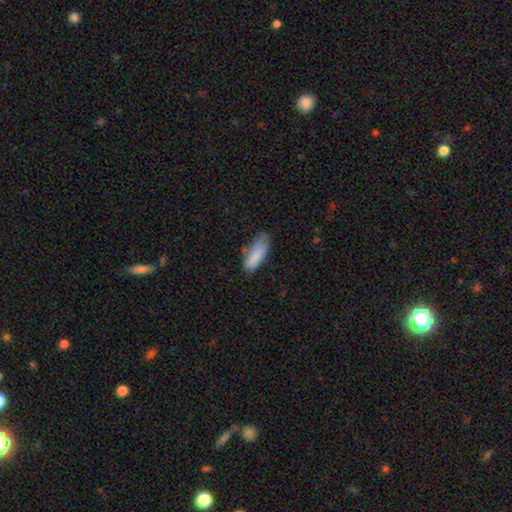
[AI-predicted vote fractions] A smooth galaxy with no disk features (84%) that is in between round and cigar-shaped (66%). Merging: none (49%).